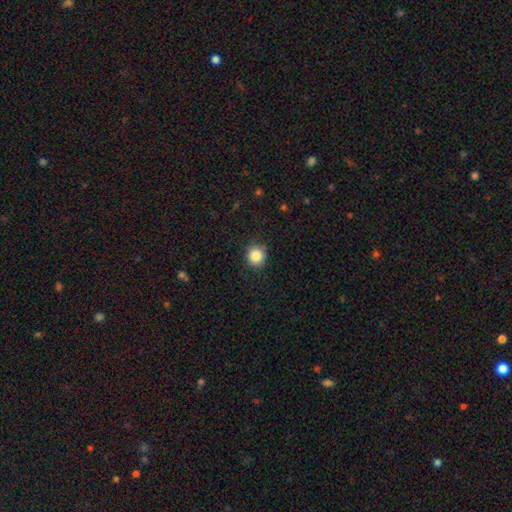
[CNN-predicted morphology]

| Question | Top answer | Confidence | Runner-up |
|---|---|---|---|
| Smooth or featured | smooth | 86% | star or artifact (10%) |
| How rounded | round | 90% | in between (9%) |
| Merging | none | 86% | minor disturbance (10%) |